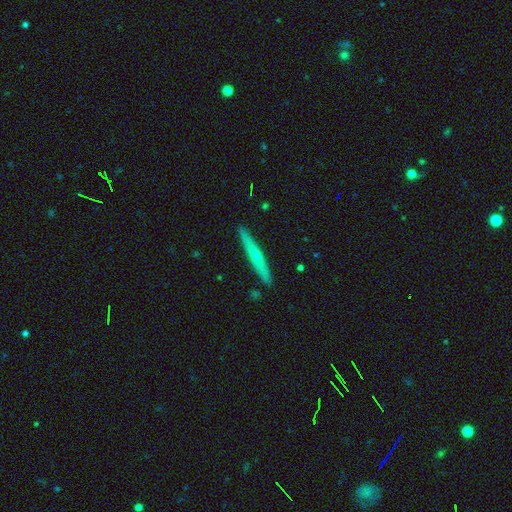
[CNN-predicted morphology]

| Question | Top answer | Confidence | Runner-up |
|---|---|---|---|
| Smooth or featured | featured or disk | 55% | smooth (39%) |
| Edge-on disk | yes | 94% | no (6%) |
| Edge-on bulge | rounded | 68% | none (29%) |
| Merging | none | 91% | minor disturbance (7%) |